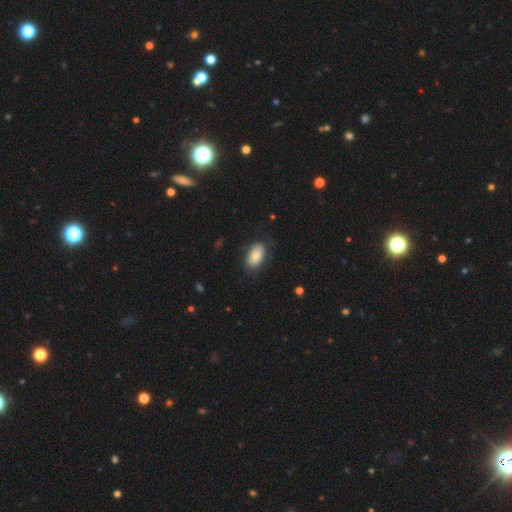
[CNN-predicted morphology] A smooth galaxy with no disk features (81%) that is in between round and cigar-shaped (92%).

Vote fractions:
- Smooth or featured? smooth: 81% / featured or disk: 12% / star or artifact: 7%
- How rounded? in between: 92% / round: 6% / cigar-shaped: 2%
- Merging? none: 76% / minor disturbance: 17% / major disturbance: 6% / merger: 1%